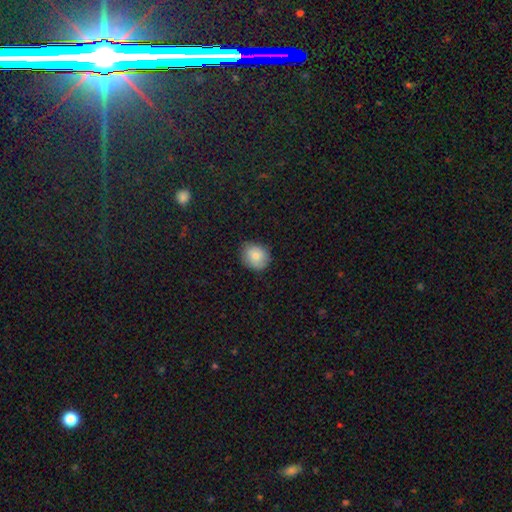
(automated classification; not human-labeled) Smooth or featured: smooth — 80% (featured or disk — 11%)
How rounded: round — 69% (in between — 30%)
Merging: none — 80% (minor disturbance — 16%)